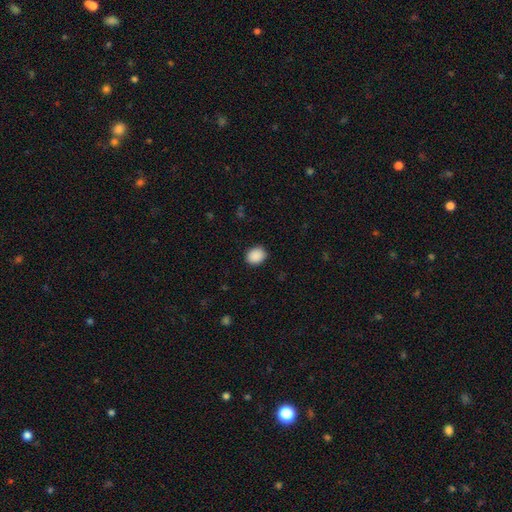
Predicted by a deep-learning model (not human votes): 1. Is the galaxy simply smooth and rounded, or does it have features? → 90% smooth, 8% star or artifact, 2% featured or disk.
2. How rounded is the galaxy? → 57% round, 43% in between, 1% cigar-shaped.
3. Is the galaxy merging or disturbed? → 89% none, 8% minor disturbance, 2% major disturbance, 1% merger.